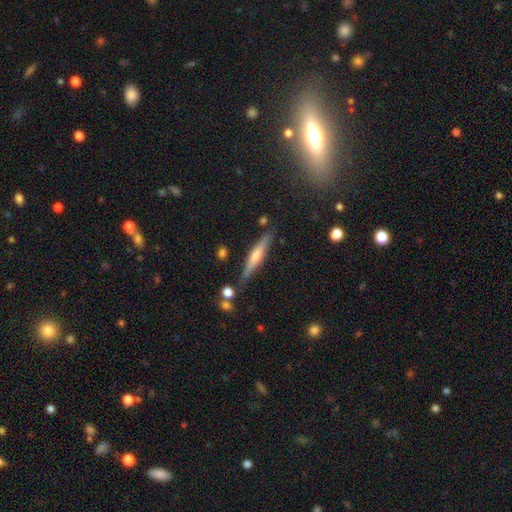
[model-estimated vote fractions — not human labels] Smooth or featured?
  - featured or disk: 62% *
  - smooth: 29%
  - star or artifact: 10%
Edge-on disk?
  - yes: 96% *
  - no: 4%
Edge-on bulge?
  - rounded: 75% *
  - none: 14%
  - boxy: 10%
Merging?
  - none: 84% *
  - minor disturbance: 10%
  - merger: 3%
  - major disturbance: 2%